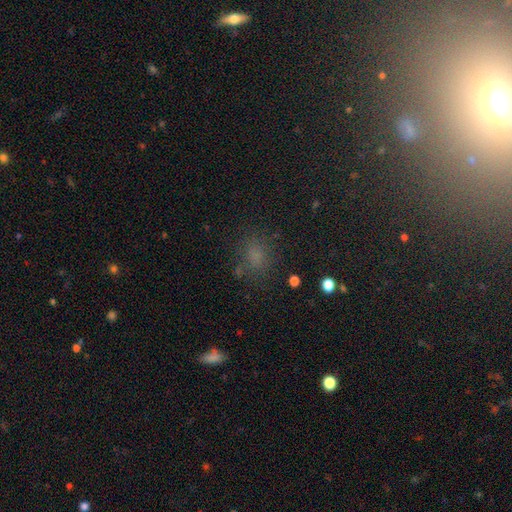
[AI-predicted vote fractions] smooth-or-featured: smooth: 68% | star or artifact: 24% | featured or disk: 8%
  how-rounded: round: 52% | in between: 46% | cigar-shaped: 2%
  merging: none: 73% | minor disturbance: 15% | major disturbance: 8% | merger: 4%